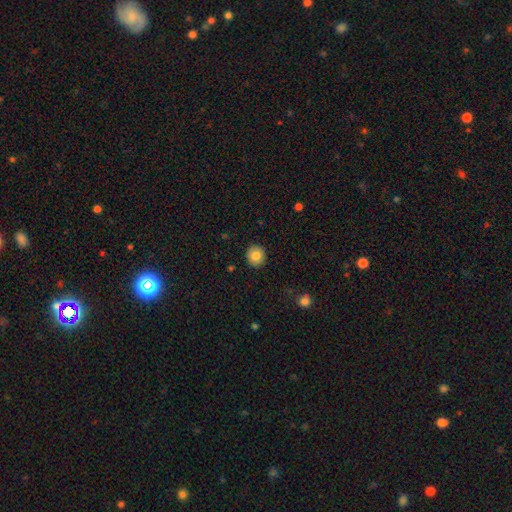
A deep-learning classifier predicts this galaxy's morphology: This appears to be a smooth galaxy with no disk features (82%) that is round (88%). Merging: none (91%).